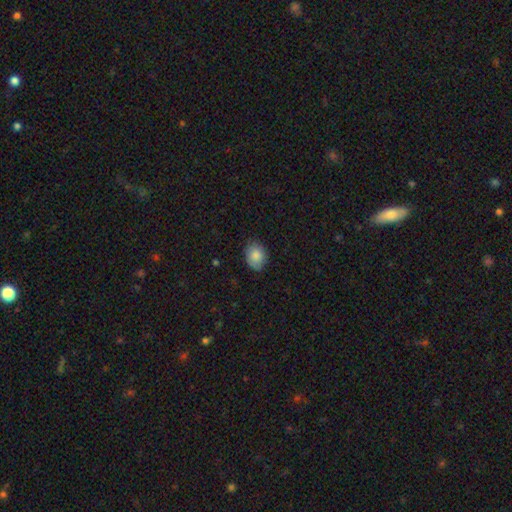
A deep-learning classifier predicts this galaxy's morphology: Q: Smooth or featured?
A: smooth (83%); runner-up: featured or disk (9%)
Q: How rounded?
A: in between (63%); runner-up: round (36%)
Q: Merging?
A: none (81%); runner-up: minor disturbance (16%)